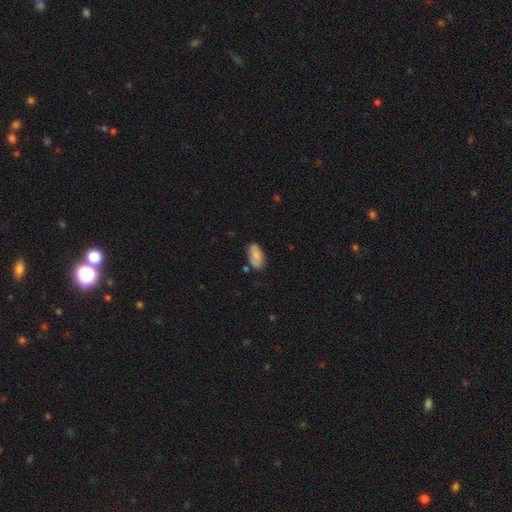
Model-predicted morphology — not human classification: Overall: smooth (78%). How rounded: in between (93%). Merging: none (69%).